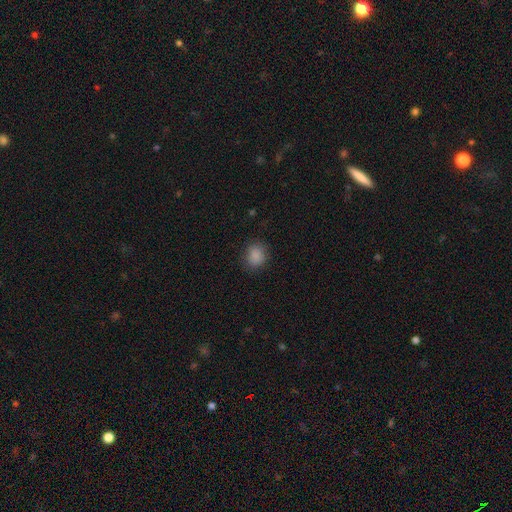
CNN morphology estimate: This appears to be a smooth galaxy with no disk features (87%) that is round (66%). Merging: none (83%).